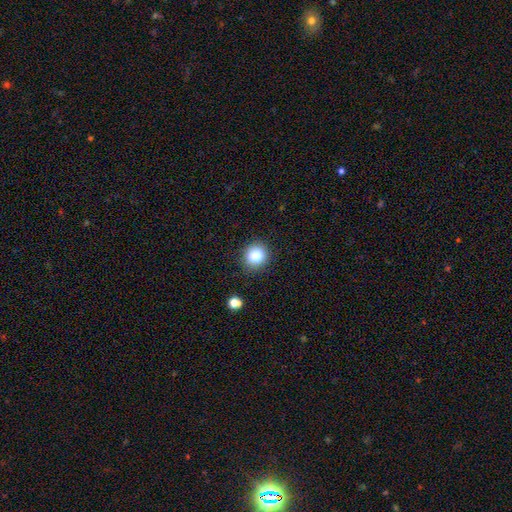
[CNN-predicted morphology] Smooth or featured? smooth (83%)
How rounded? round (85%)
Merging? none (88%)